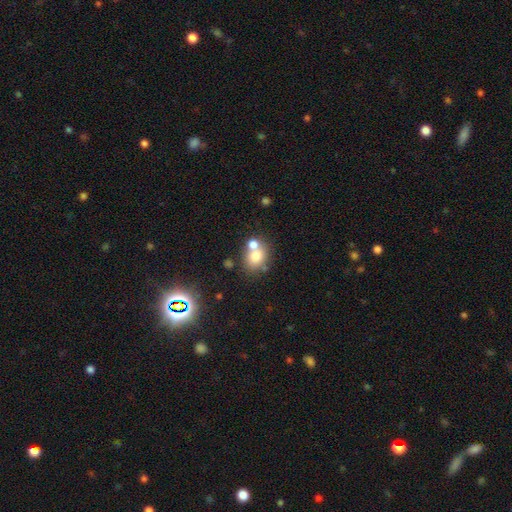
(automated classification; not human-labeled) This is likely a smooth galaxy (73%). How rounded: likely round (60%). Merging: possibly none (47%).